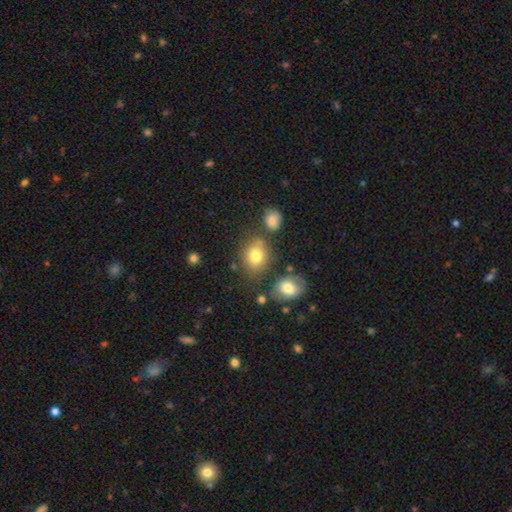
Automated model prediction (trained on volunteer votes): Q: Smooth or featured?
A: smooth (77%); runner-up: star or artifact (12%)
Q: How rounded?
A: round (52%); runner-up: in between (47%)
Q: Merging?
A: none (69%); runner-up: minor disturbance (15%)